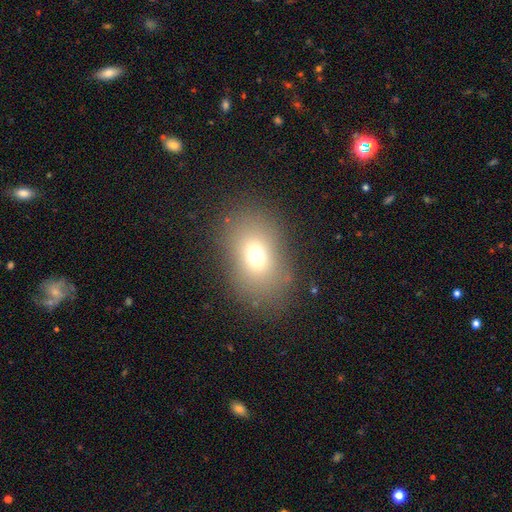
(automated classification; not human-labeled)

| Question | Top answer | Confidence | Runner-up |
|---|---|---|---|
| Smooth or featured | smooth | 70% | star or artifact (16%) |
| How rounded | in between | 73% | round (25%) |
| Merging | none | 80% | minor disturbance (12%) |